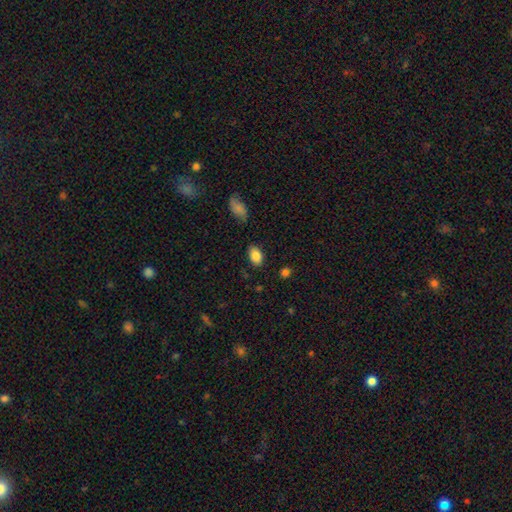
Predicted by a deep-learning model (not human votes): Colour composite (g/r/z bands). It shows a smooth galaxy with no disk features (86%) that is in between round and cigar-shaped (88%). Merging: none (84%).